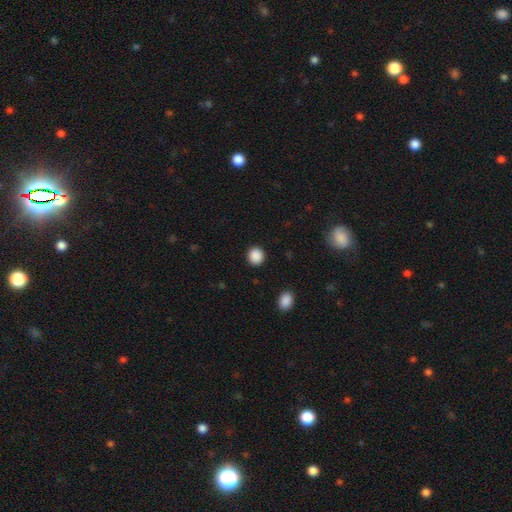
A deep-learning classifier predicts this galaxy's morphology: Smooth or featured? Predicted: smooth (p=0.89). How rounded? Predicted: round (p=0.88). Merging? Predicted: none (p=0.92).